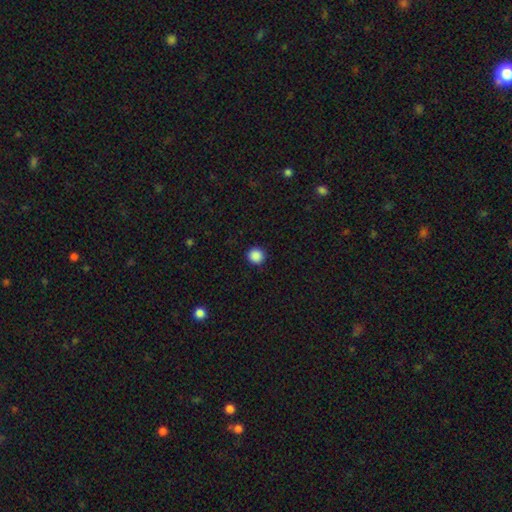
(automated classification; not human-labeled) smooth 88%, star or artifact 10%, featured or disk 2%. Down the decision tree: how rounded — round (94%); merging — none (92%).